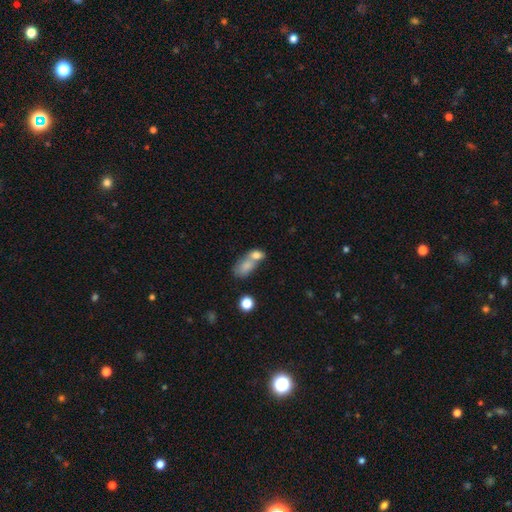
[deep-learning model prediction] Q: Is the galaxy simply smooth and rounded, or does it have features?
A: smooth — 75%.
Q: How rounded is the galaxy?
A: in between — 79%.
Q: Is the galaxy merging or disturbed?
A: merger — 64%.